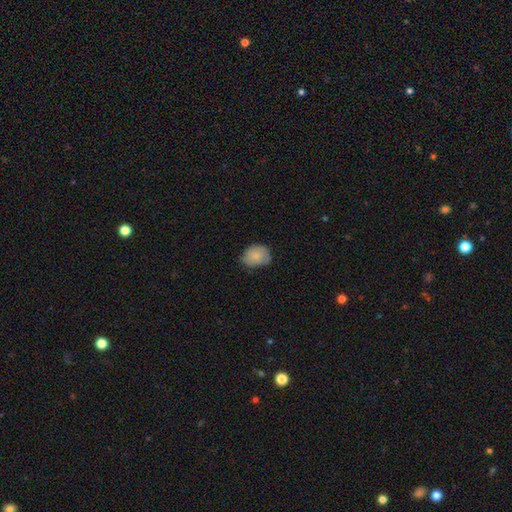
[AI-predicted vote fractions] smooth 80%, featured or disk 13%, star or artifact 7%. Down the decision tree: how rounded — in between (58%); merging — none (61%).